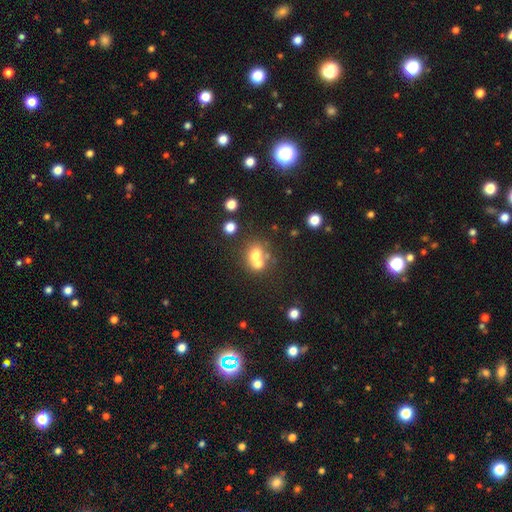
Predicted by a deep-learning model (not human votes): Smooth or featured: smooth — 66% (featured or disk — 21%)
How rounded: round — 64% (in between — 35%)
Merging: merger — 55% (none — 32%)